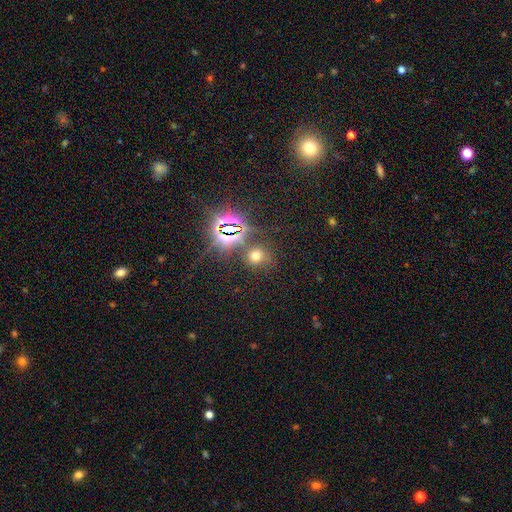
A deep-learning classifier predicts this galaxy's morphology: Overall: smooth (52%; star or artifact 40%). How rounded: round (82%). Merging: none (75%).